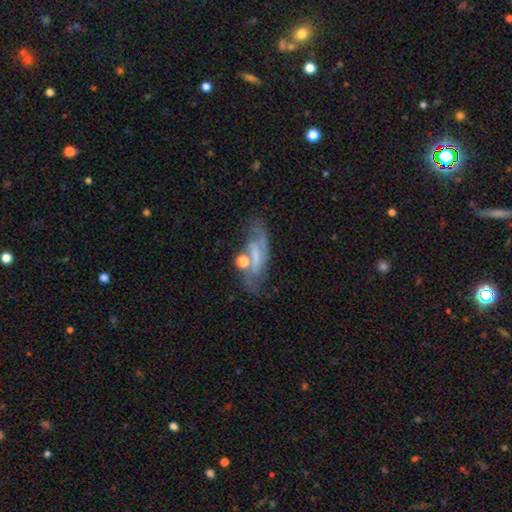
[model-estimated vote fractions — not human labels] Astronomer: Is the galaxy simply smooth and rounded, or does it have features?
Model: featured or disk — 66%.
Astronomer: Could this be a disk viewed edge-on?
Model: no — 83%.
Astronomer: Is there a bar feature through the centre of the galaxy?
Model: weak — 42% (runner-up: strong, 35%).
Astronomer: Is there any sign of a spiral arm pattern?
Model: yes — 81%.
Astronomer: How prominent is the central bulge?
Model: small — 38% (runner-up: moderate, 28%).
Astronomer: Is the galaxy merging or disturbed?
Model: none — 59%.